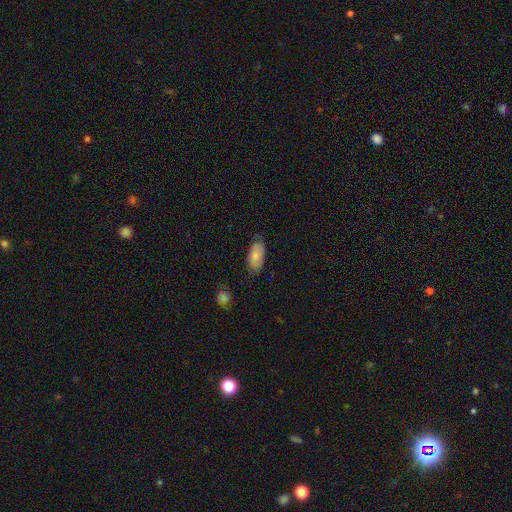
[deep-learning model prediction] Morphology: type=smooth (79%); roundness=in between (92%); merging=none (73%).